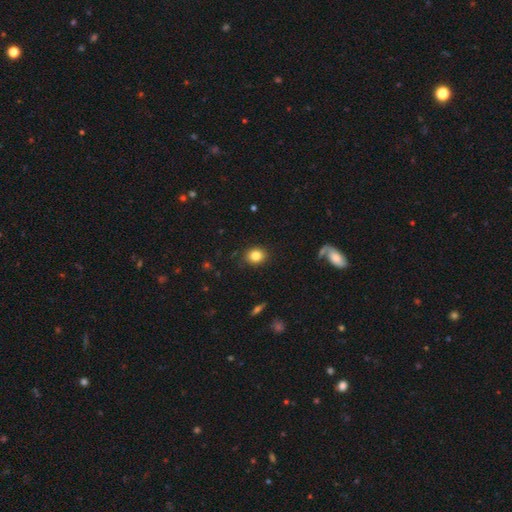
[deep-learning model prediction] The model was most divided on "how rounded": round: 66%, in between: 33%, cigar-shaped: 1%. More confident: merging — none (88%); smooth or featured — smooth (83%).